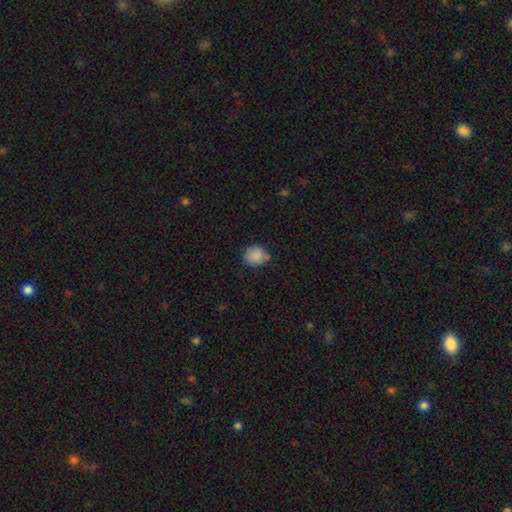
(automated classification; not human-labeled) A smooth galaxy with no disk features (87%) that is round (77%). Merging: none (69%).